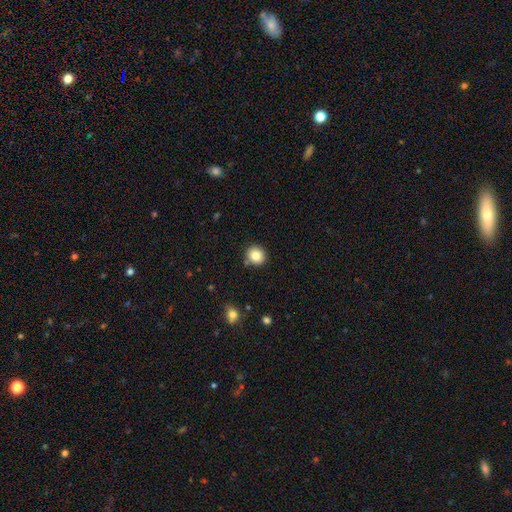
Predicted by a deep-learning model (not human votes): Smooth or featured? Predicted: smooth (p=0.83). How rounded? Predicted: round (p=0.90). Merging? Predicted: none (p=0.86).